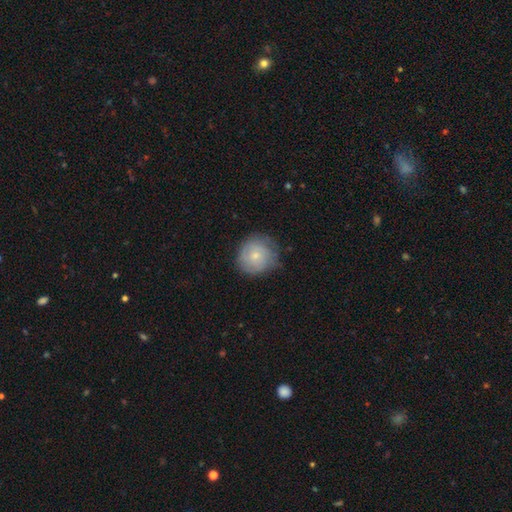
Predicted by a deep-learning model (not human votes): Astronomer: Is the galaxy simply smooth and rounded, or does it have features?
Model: smooth — 65%.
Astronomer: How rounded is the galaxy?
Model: round — 90%.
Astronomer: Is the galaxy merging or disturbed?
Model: none — 68%.